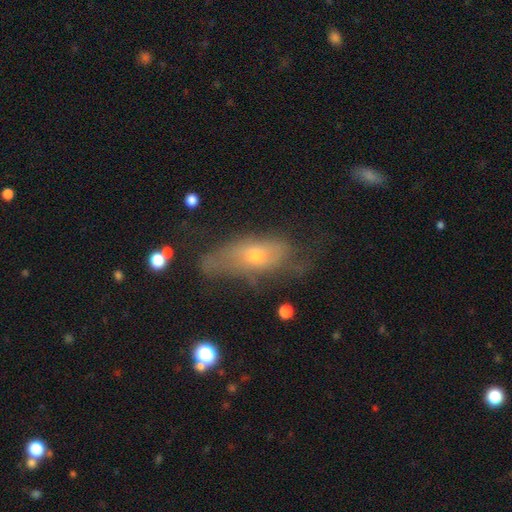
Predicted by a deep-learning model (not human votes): Morphology: type=featured or disk (47%); merging=none (40%).